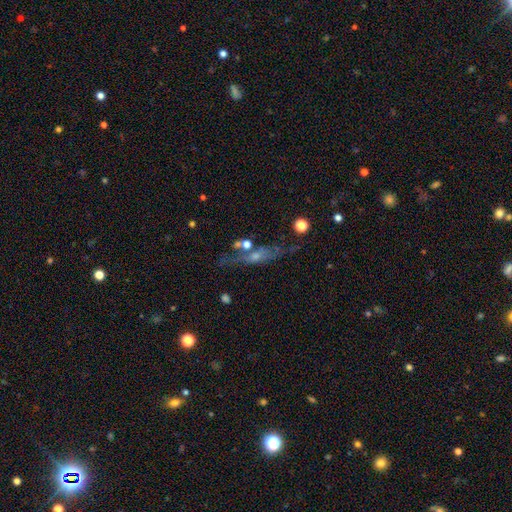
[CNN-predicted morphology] Overall: featured or disk (56%; smooth 28%). Edge-on disk: yes (59%; no 41%). Merging: none (62%).